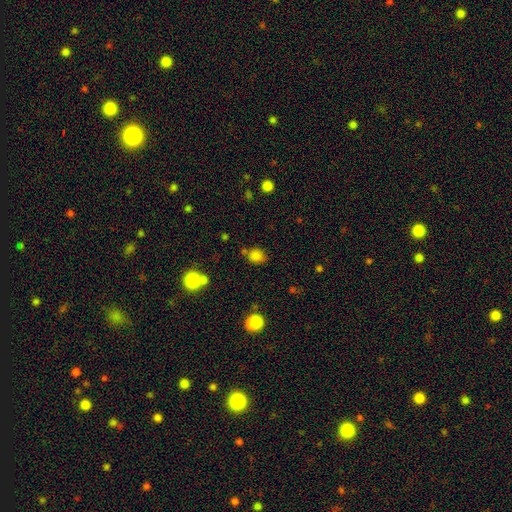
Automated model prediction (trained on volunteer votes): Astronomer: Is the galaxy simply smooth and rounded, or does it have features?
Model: smooth — 79%.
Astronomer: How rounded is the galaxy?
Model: round — 61% (runner-up: in between, 38%).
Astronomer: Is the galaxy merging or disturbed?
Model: none — 69%.